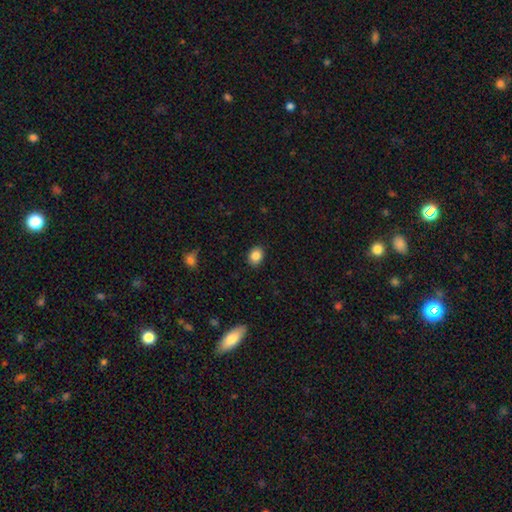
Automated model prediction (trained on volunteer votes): A smooth galaxy with no disk features (86%) that is in between round and cigar-shaped (55%).

Vote fractions:
- Smooth or featured? smooth: 86% / star or artifact: 9% / featured or disk: 5%
- How rounded? in between: 55% / round: 44% / cigar-shaped: 1%
- Merging? none: 89% / minor disturbance: 8% / major disturbance: 2% / merger: 1%